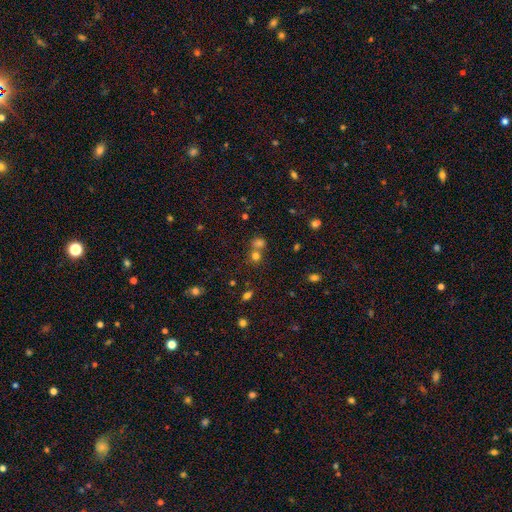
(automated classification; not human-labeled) Smooth or featured: smooth — 68% (star or artifact — 23%)
How rounded: round — 82% (in between — 16%)
Merging: none — 50% (merger — 41%)